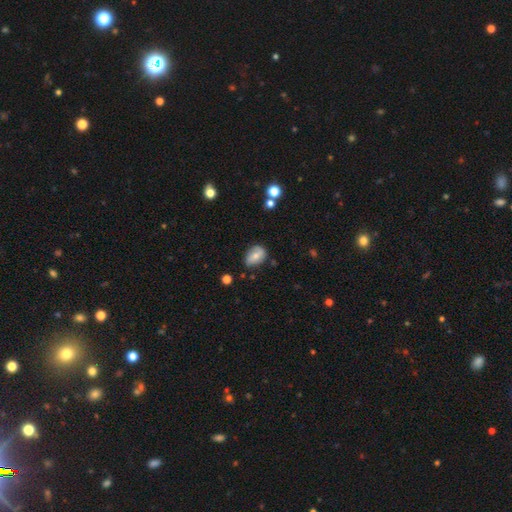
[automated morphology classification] smooth_or_featured: smooth (p=0.56) [alt: featured or disk p=0.35]
how_rounded: in between (p=0.79) [alt: round p=0.19]
merging: none (p=0.66) [alt: minor disturbance p=0.25]